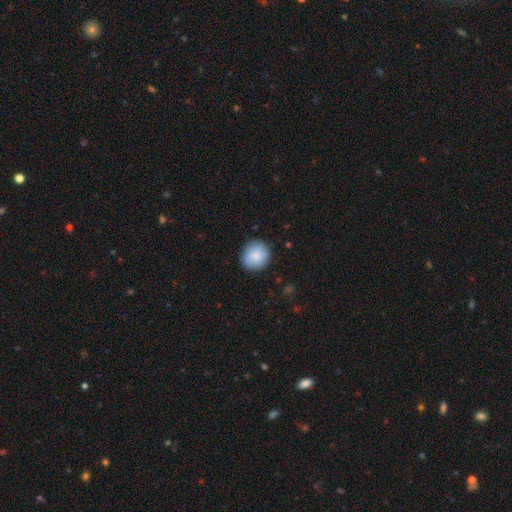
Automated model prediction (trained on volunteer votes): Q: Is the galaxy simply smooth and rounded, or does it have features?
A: smooth — 81%.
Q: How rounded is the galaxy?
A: round — 86%.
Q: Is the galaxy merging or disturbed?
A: none — 85%.